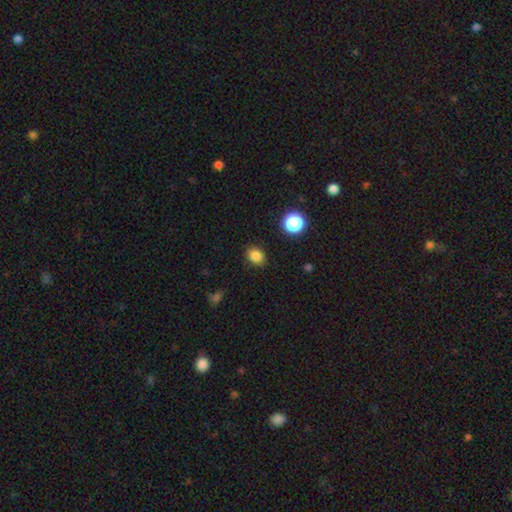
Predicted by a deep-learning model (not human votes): Morphology: type=smooth (83%); roundness=in between (52%); merging=none (87%).